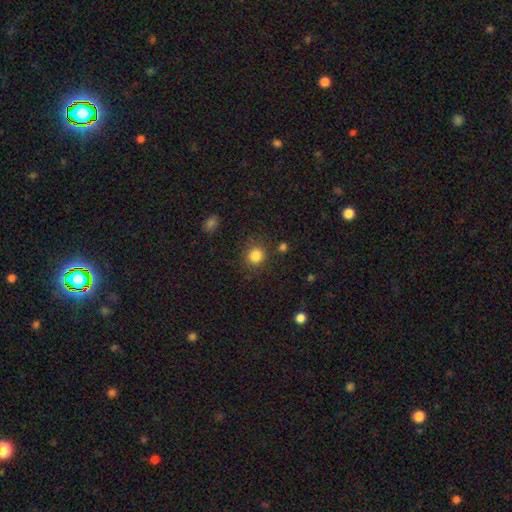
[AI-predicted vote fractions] Morphology: type=smooth (84%); roundness=round (87%); merging=none (84%).